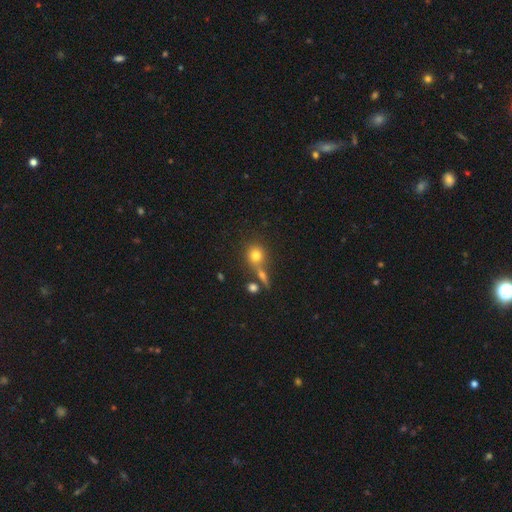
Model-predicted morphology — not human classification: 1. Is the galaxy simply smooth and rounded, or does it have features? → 76% smooth, 12% star or artifact, 11% featured or disk.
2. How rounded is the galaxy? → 83% round, 16% in between, 2% cigar-shaped.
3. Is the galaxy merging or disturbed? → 58% none, 25% merger, 11% minor disturbance, 5% major disturbance.